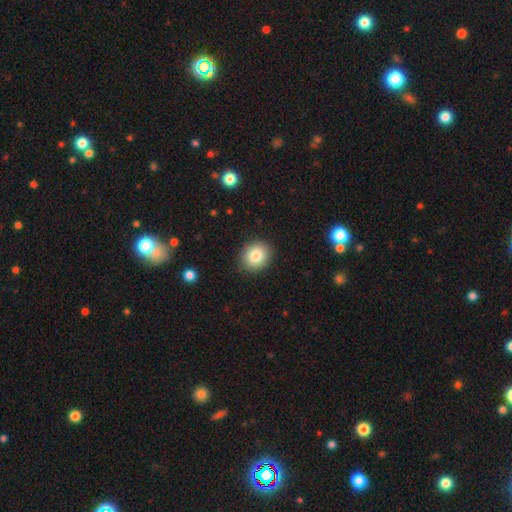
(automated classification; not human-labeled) smooth-or-featured: smooth: 82% | star or artifact: 10% | featured or disk: 8%
  how-rounded: round: 79% | in between: 20% | cigar-shaped: 1%
  merging: none: 89% | minor disturbance: 8% | major disturbance: 2% | merger: 1%